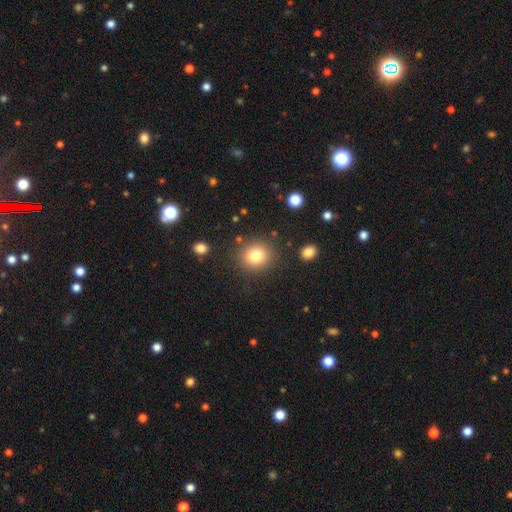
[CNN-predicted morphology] Smooth or featured? smooth (80%)
How rounded? round (83%)
Merging? none (85%)